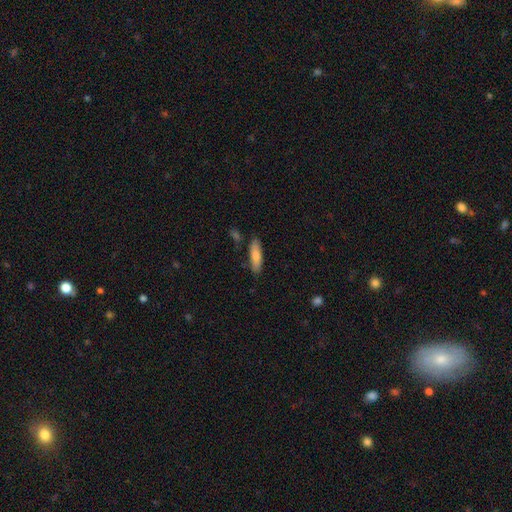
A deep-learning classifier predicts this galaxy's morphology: The model was most divided on "how rounded": cigar-shaped: 58%, in between: 41%, round: 2%. More confident: merging — none (81%); smooth or featured — smooth (80%).